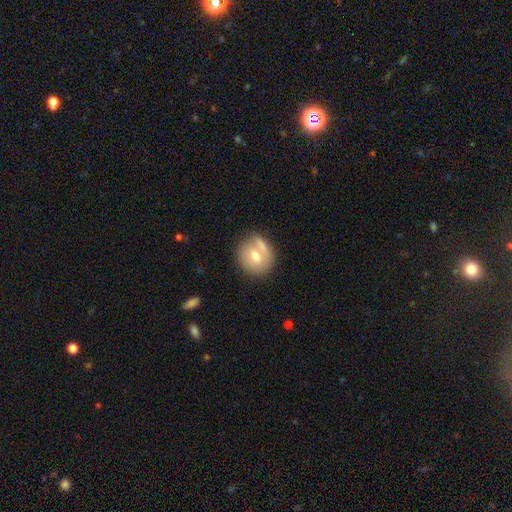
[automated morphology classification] The model was most divided on "smooth or featured": smooth: 60%, featured or disk: 32%, star or artifact: 8%. More confident: how rounded — round (80%); merging — none (60%).